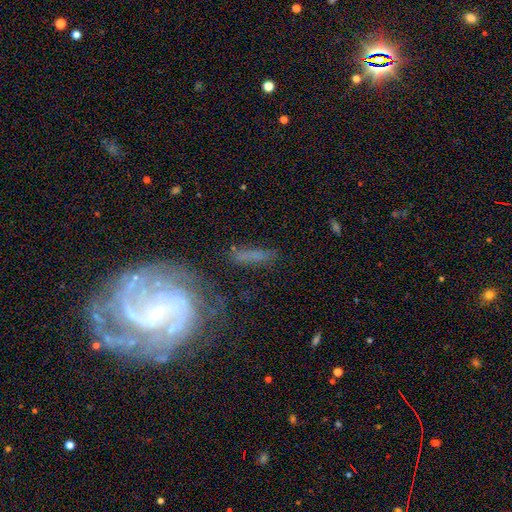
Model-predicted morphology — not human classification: Overall: featured or disk (52%; smooth 34%). Edge-on disk: no (81%). Merging: none (62%).